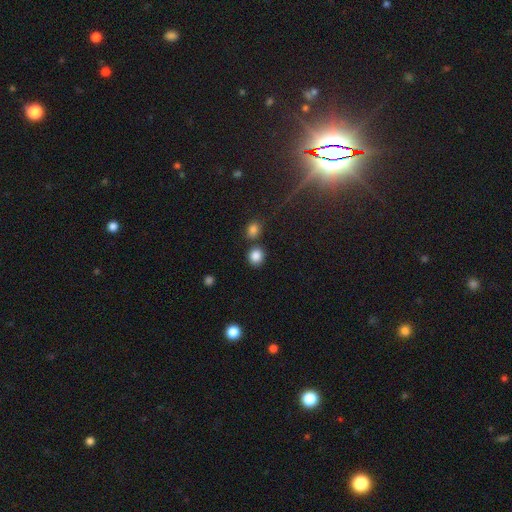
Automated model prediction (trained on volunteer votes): Smooth or featured: smooth — 84% (star or artifact — 11%)
How rounded: round — 80% (in between — 19%)
Merging: none — 74% (merger — 13%)